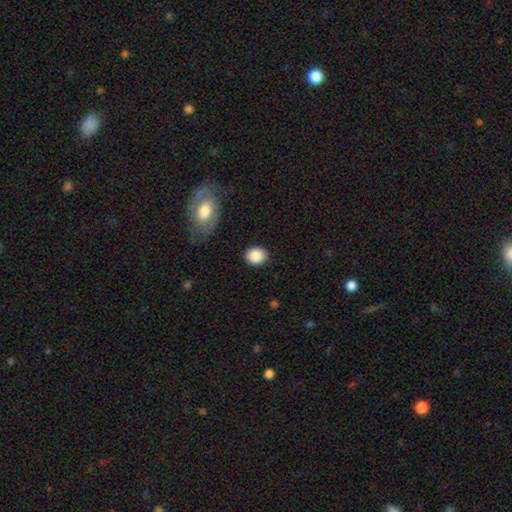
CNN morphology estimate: This appears to be a smooth galaxy with no disk features (87%) that is round (66%). Merging: none (87%).